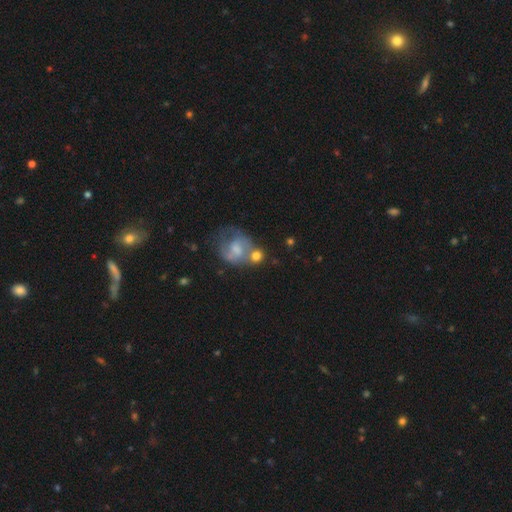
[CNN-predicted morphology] A smooth galaxy with no disk features (54%) that is round (66%).

Vote fractions:
- Smooth or featured? smooth: 54% / featured or disk: 35% / star or artifact: 11%
- How rounded? round: 66% / in between: 32% / cigar-shaped: 2%
- Merging? merger: 36% (tied) / none: 36% (tied) / minor disturbance: 16% / major disturbance: 12%